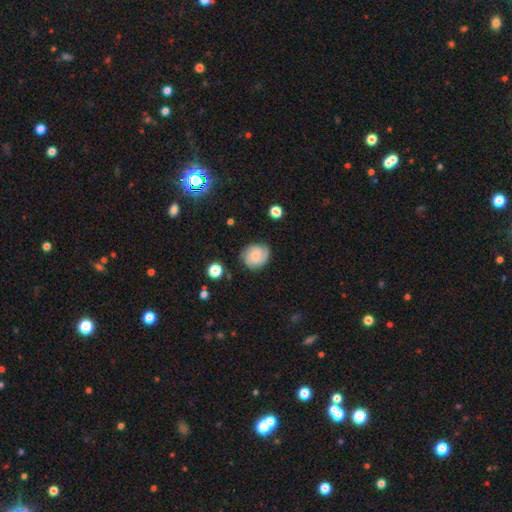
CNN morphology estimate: Smooth or featured: smooth — 59% (featured or disk — 32%)
How rounded: round — 73% (in between — 26%)
Merging: none — 73% (minor disturbance — 20%)